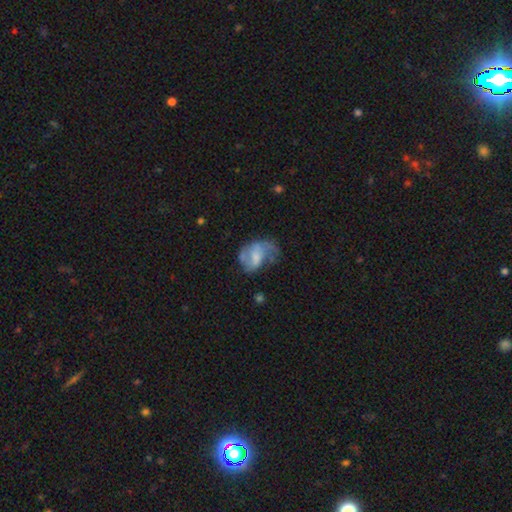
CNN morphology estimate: smooth_or_featured: featured or disk (p=0.57) [alt: smooth p=0.35]
disk_edge_on: no (p=0.97) [alt: yes p=0.03]
bar: no (p=0.46) [alt: weak p=0.42]
has_spiral_arms: yes (p=0.66) [alt: no p=0.34]
bulge_size: none (p=0.31) [alt: moderate p=0.30]
merging: major disturbance (p=0.37) [alt: none p=0.32]